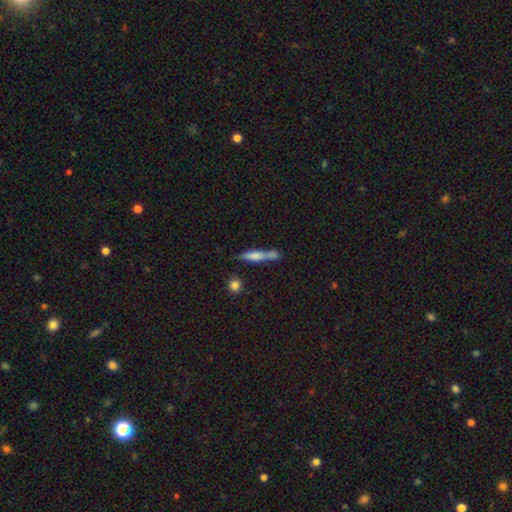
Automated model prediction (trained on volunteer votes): Morphology: type=featured or disk (45%, tied with smooth); merging=none (66%).